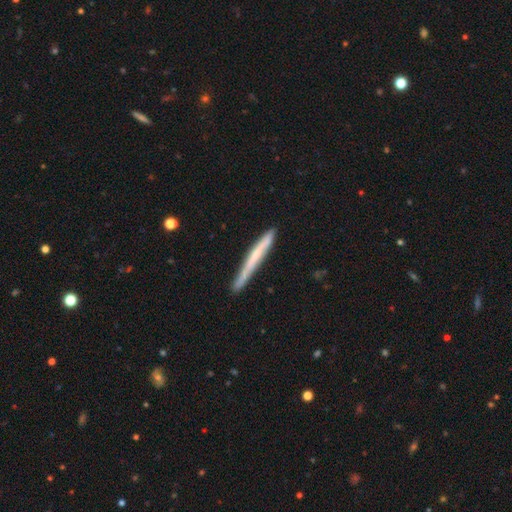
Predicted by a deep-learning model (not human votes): featured or disk 47% (tied), smooth 47% (tied), star or artifact 6%. Down the decision tree: merging — none (85%).